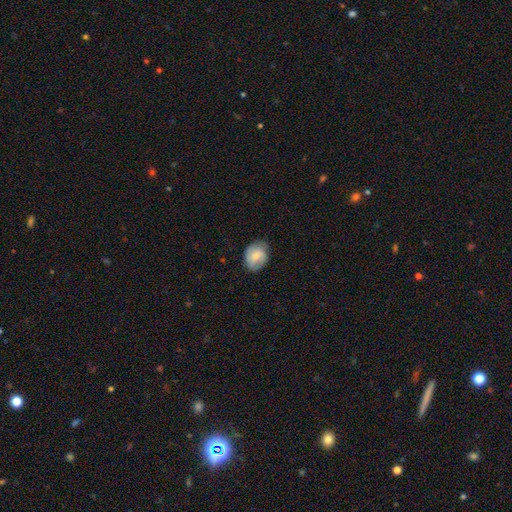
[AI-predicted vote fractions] The model was most divided on "how rounded": in between: 55%, round: 43%, cigar-shaped: 1%. More confident: merging — none (70%); smooth or featured — smooth (64%).